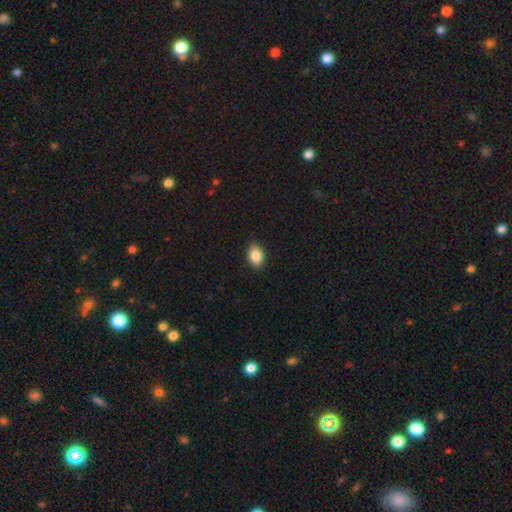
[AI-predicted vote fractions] Morphology: type=smooth (88%); roundness=in between (83%); merging=none (90%).